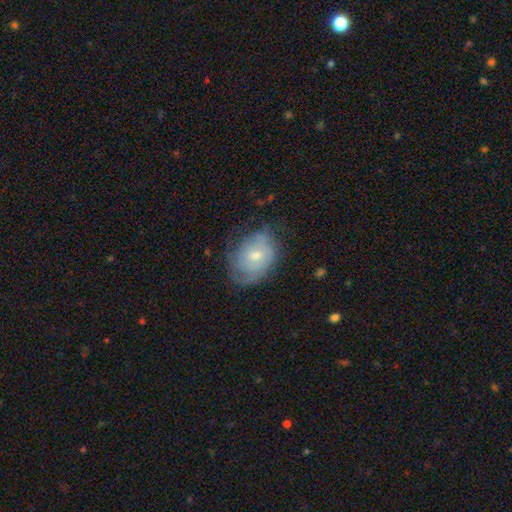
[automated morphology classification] Smooth or featured?
  - featured or disk: 55% *
  - smooth: 38%
  - star or artifact: 8%
Edge-on disk?
  - no: 96% *
  - yes: 4%
Bar?
  - no: 67% *
  - weak: 29%
  - strong: 4%
Spiral arms?
  - yes: 73% *
  - no: 27%
Bulge size?
  - moderate: 51% *
  - small: 43%
  - large: 3%
  - none: 2%
  - dominant: 1%
Merging?
  - none: 60% *
  - minor disturbance: 28%
  - major disturbance: 10%
  - merger: 1%